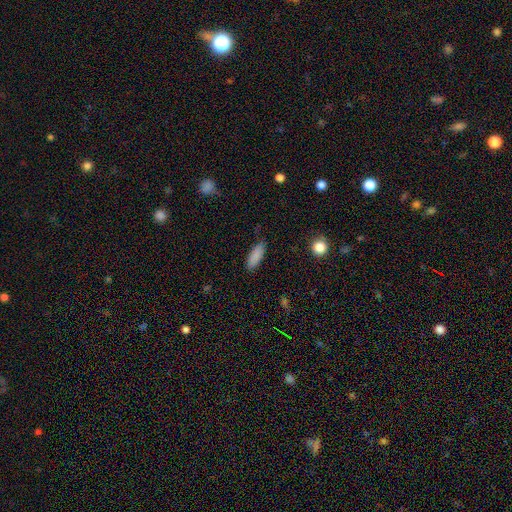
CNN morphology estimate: smooth 87%, star or artifact 7%, featured or disk 6%. Down the decision tree: how rounded — in between (65%); merging — none (83%).